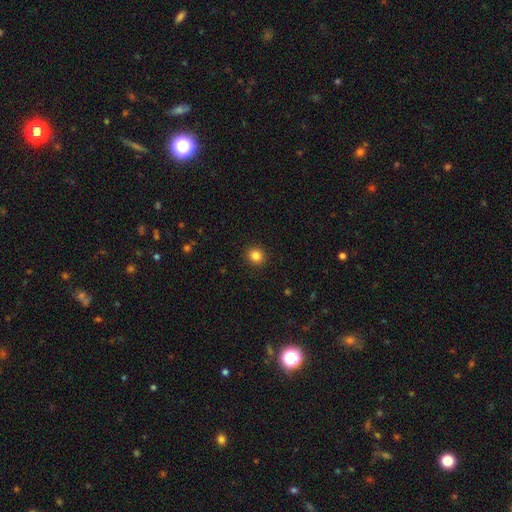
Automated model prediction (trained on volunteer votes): A smooth galaxy with no disk features (84%) that is round (87%).

Vote fractions:
- Smooth or featured? smooth: 84% / star or artifact: 11% / featured or disk: 4%
- How rounded? round: 87% / in between: 12% / cigar-shaped: 1%
- Merging? none: 92% / minor disturbance: 5% / major disturbance: 2% / merger: 1%